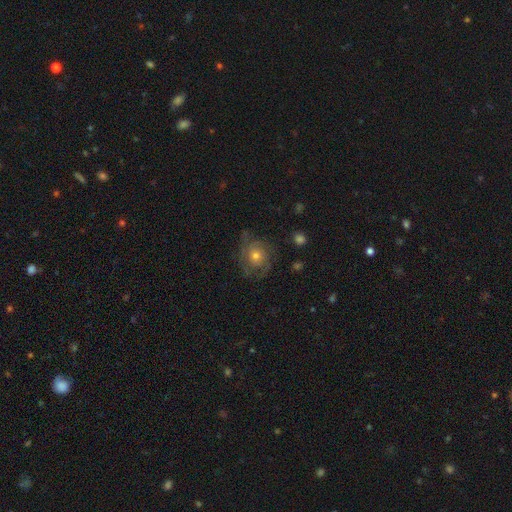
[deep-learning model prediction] This appears to be a featured or disk galaxy (69%) with no bar (81%), tight (54%) spiral arms (88%) and a moderate central bulge (60%). Merging: none (70%).